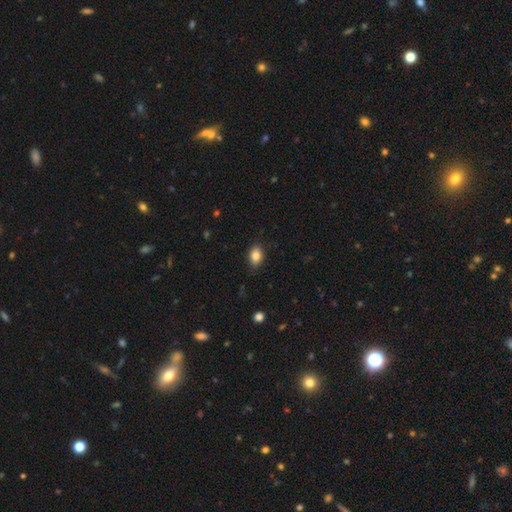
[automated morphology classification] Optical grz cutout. It shows a smooth galaxy with no disk features (84%) that is in between round and cigar-shaped (81%). Merging: none (84%).